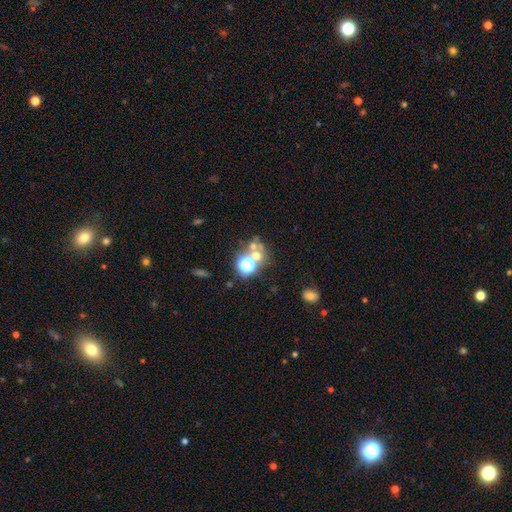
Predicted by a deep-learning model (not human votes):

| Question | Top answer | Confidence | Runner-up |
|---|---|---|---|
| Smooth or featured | smooth | 46% | star or artifact (38%) |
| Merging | none | 49% | merger (37%) |